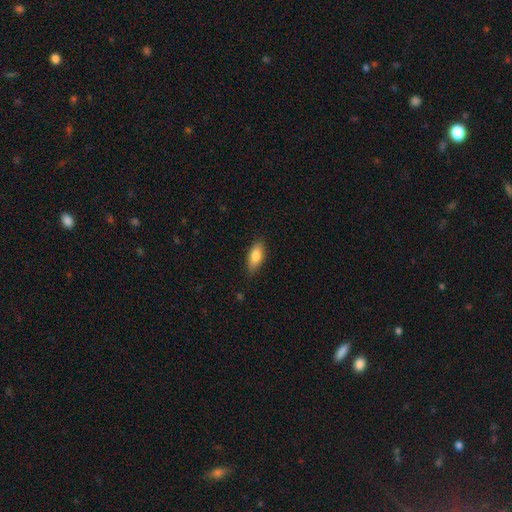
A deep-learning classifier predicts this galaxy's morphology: smooth_or_featured: smooth (p=0.81) [alt: featured or disk p=0.12]
how_rounded: in between (p=0.82) [alt: cigar-shaped p=0.15]
merging: none (p=0.83) [alt: minor disturbance p=0.13]